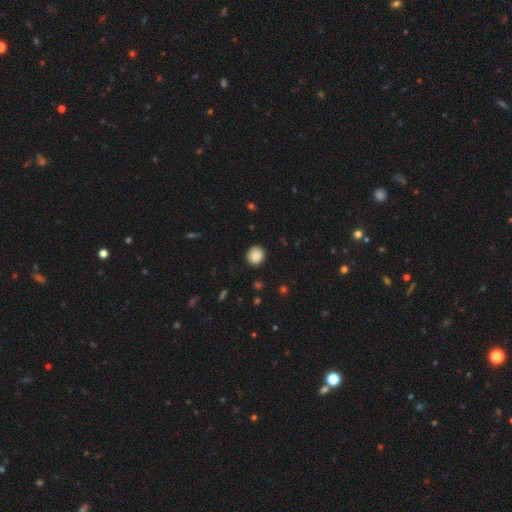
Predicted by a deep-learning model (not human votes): Smooth or featured?
  - smooth: 88% *
  - star or artifact: 9%
  - featured or disk: 3%
How rounded?
  - round: 83% *
  - in between: 16%
  - cigar-shaped: 1%
Merging?
  - none: 88% *
  - minor disturbance: 9%
  - major disturbance: 2%
  - merger: 1%